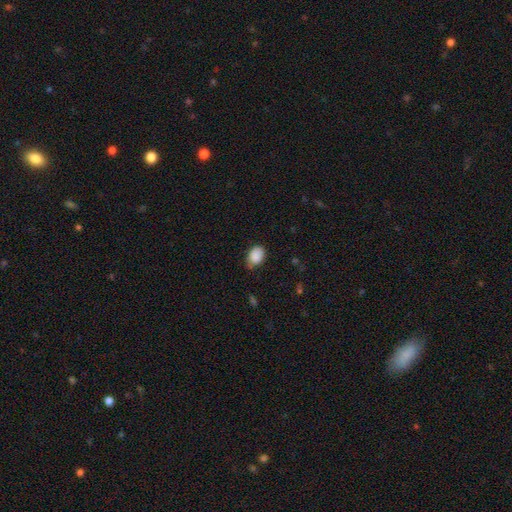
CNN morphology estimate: smooth-or-featured: smooth: 88% | star or artifact: 8% | featured or disk: 5%
  how-rounded: in between: 75% | round: 24% | cigar-shaped: 1%
  merging: none: 62% | minor disturbance: 31% | major disturbance: 5% | merger: 2%